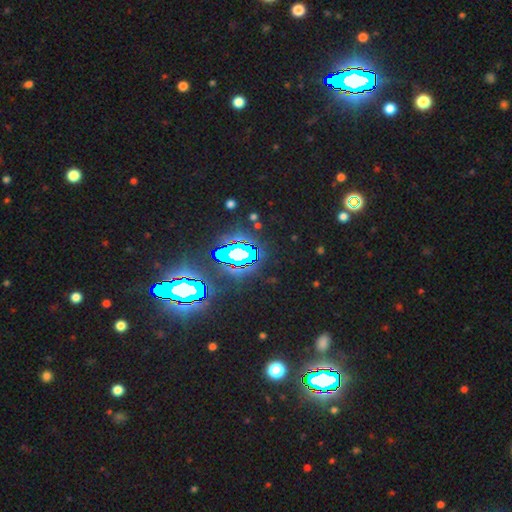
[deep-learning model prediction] star or artifact 84%, smooth 9%, featured or disk 7%.